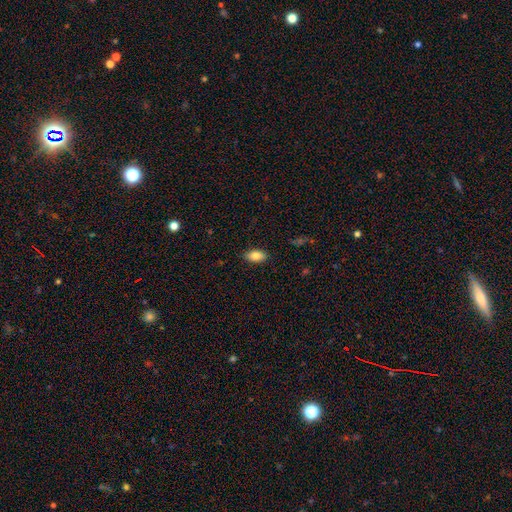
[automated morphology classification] smooth_or_featured: smooth (p=0.84) [alt: featured or disk p=0.09]
how_rounded: in between (p=0.92) [alt: cigar-shaped p=0.05]
merging: none (p=0.88) [alt: minor disturbance p=0.09]